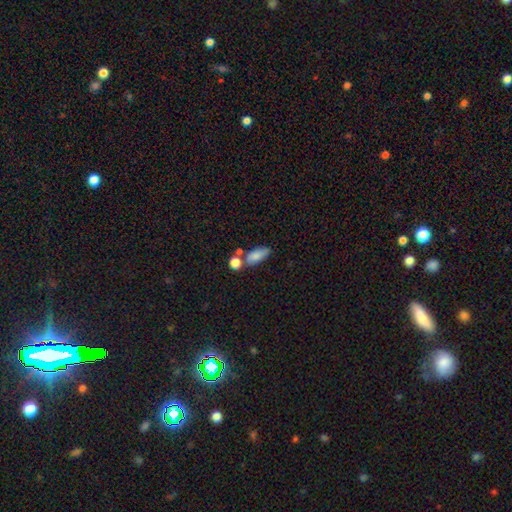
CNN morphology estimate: Smooth or featured? Predicted: smooth (p=0.80). How rounded? Predicted: in between (p=0.82). Merging? Predicted: none (p=0.50).